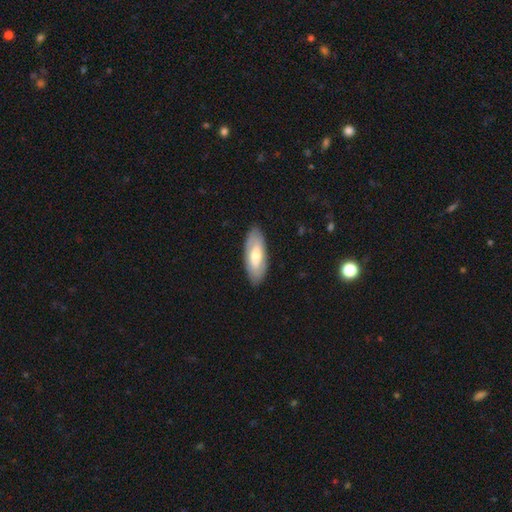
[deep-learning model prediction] Q: Smooth or featured?
A: smooth (53%); runner-up: featured or disk (42%)
Q: How rounded?
A: in between (78%); runner-up: cigar-shaped (19%)
Q: Merging?
A: none (86%); runner-up: minor disturbance (10%)